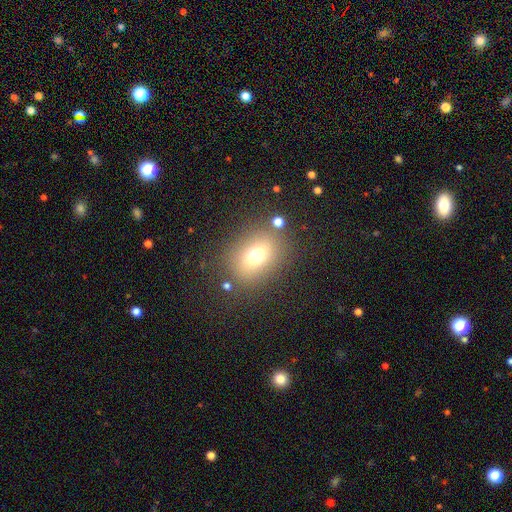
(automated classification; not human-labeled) Smooth or featured?
  - smooth: 70% *
  - star or artifact: 15%
  - featured or disk: 14%
How rounded?
  - in between: 59% *
  - round: 39%
  - cigar-shaped: 2%
Merging?
  - none: 78% *
  - minor disturbance: 11%
  - major disturbance: 6%
  - merger: 5%